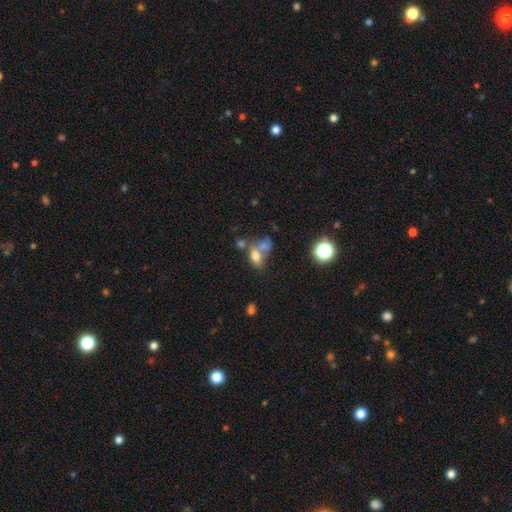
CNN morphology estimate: Smooth or featured?
  - smooth: 70% *
  - featured or disk: 16%
  - star or artifact: 14%
How rounded?
  - in between: 80% *
  - round: 18%
  - cigar-shaped: 3%
Merging?
  - merger: 48% *
  - none: 32%
  - minor disturbance: 12%
  - major disturbance: 8%